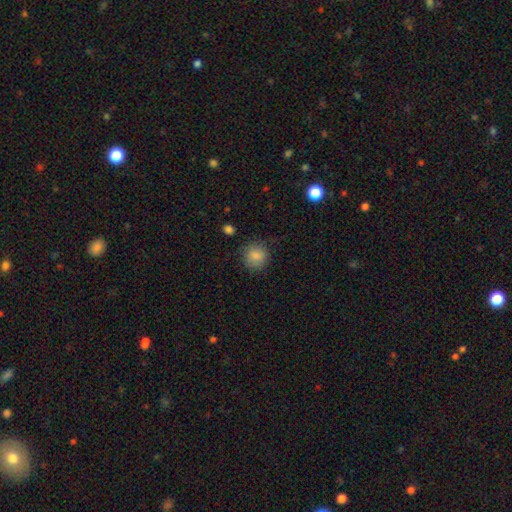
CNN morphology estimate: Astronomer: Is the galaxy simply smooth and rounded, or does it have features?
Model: smooth — 86%.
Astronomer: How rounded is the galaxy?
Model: round — 89%.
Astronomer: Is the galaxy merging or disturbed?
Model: none — 81%.